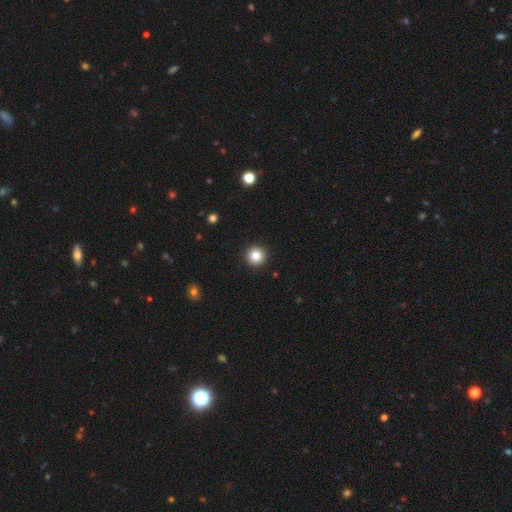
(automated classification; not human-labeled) The model was most divided on "smooth or featured": smooth: 83%, star or artifact: 11%, featured or disk: 5%. More confident: how rounded — round (96%); merging — none (94%).